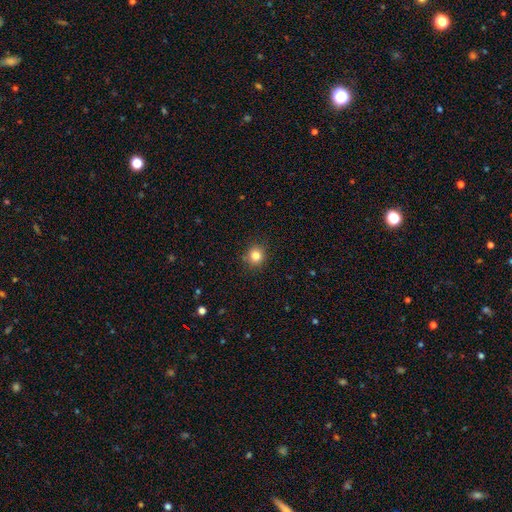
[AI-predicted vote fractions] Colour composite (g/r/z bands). It shows a smooth galaxy with no disk features (83%) that is round (90%). Merging: none (88%).